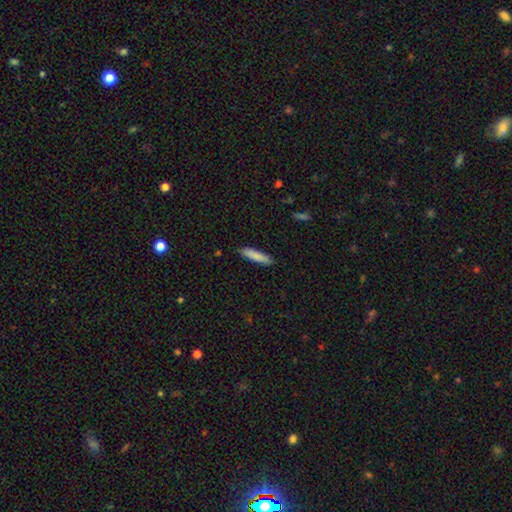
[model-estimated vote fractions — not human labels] smooth_or_featured: smooth (p=0.84) [alt: featured or disk p=0.10]
how_rounded: cigar-shaped (p=0.81) [alt: in between p=0.18]
merging: none (p=0.88) [alt: minor disturbance p=0.09]